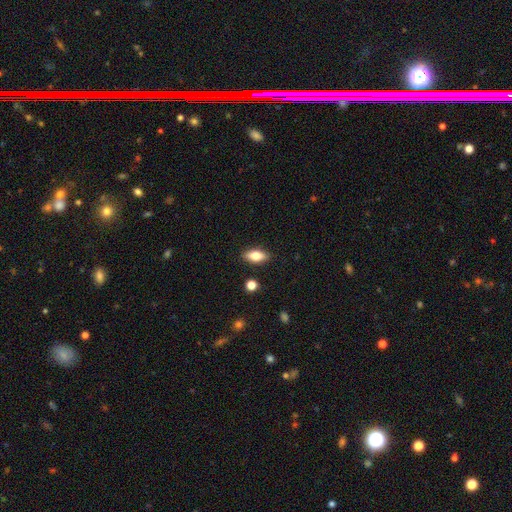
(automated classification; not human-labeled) This is likely a smooth galaxy (73%). How rounded: clearly in between (82%). Merging: clearly none (88%).